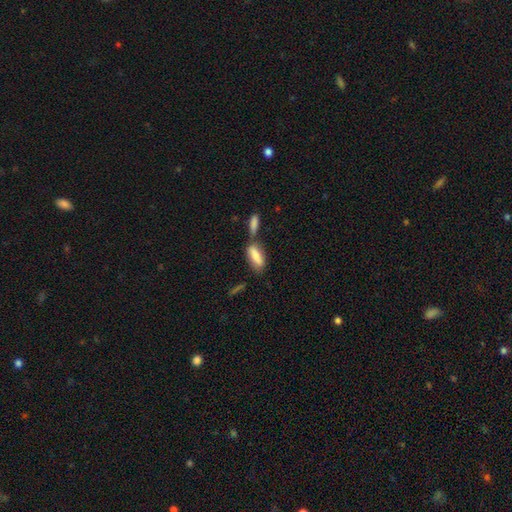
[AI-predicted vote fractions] Smooth or featured? smooth (77%)
How rounded? in between (68%)
Merging? none (46%)